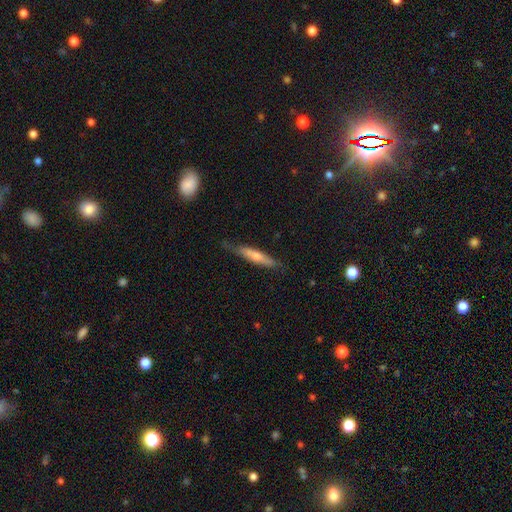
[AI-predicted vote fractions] A smooth galaxy with no disk features (49%). Merging: none (73%).